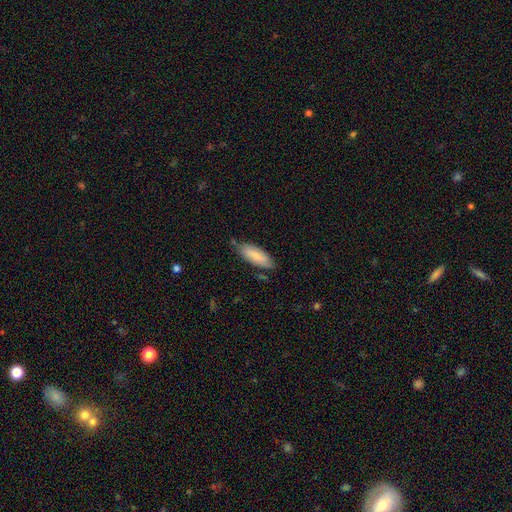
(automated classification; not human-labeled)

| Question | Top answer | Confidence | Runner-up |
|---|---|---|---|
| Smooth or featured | smooth | 77% | featured or disk (17%) |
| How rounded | in between | 66% | cigar-shaped (32%) |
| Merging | none | 73% | minor disturbance (20%) |